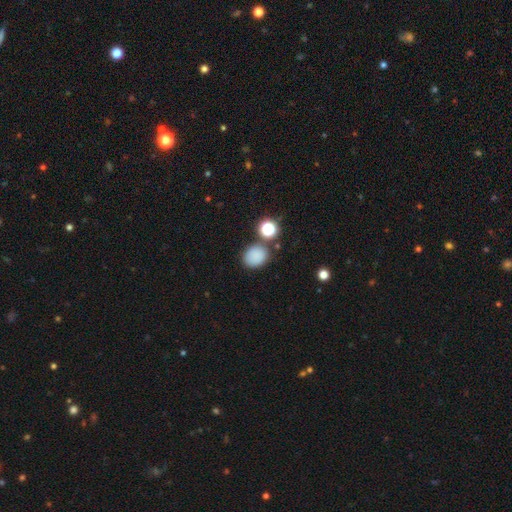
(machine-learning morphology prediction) Overall: smooth (82%). How rounded: round (62%; in between 37%). Merging: none (76%).